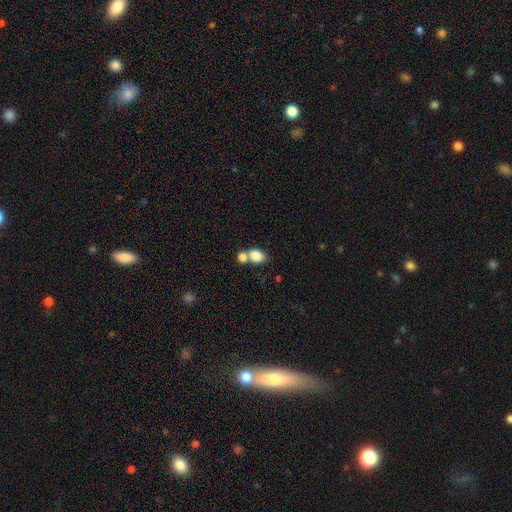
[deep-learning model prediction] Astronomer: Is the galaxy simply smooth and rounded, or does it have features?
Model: smooth — 83%.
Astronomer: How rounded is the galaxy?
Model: in between — 70%.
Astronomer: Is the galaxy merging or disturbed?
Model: merger — 46% (runner-up: none, 41%).